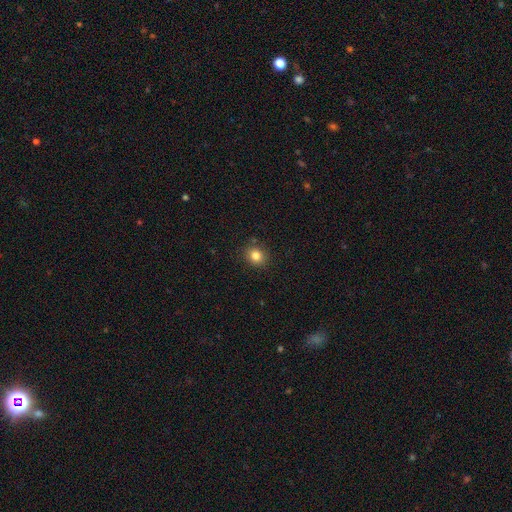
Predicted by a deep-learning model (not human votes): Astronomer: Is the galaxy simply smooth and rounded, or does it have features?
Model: smooth — 82%.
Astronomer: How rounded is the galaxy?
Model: round — 76%.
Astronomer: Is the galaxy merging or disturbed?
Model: none — 87%.